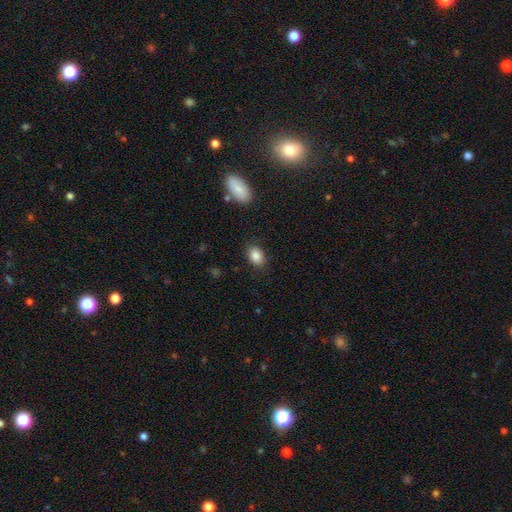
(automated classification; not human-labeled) This is clearly a smooth galaxy (86%). How rounded: likely in between (75%). Merging: clearly none (85%).